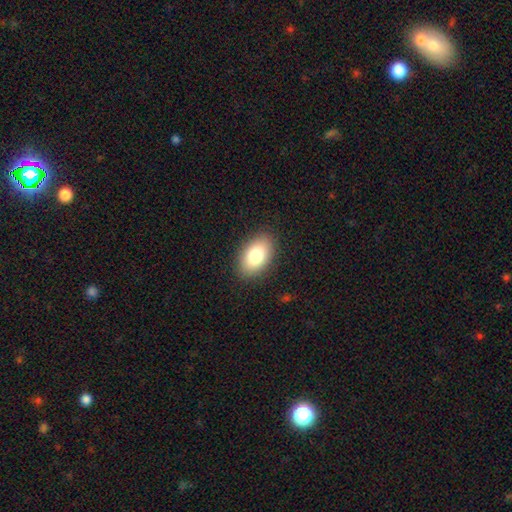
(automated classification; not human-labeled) Smooth or featured?
  - smooth: 82% *
  - featured or disk: 11%
  - star or artifact: 8%
How rounded?
  - in between: 92% *
  - round: 7%
  - cigar-shaped: 1%
Merging?
  - none: 88% *
  - minor disturbance: 9%
  - major disturbance: 2%
  - merger: 1%